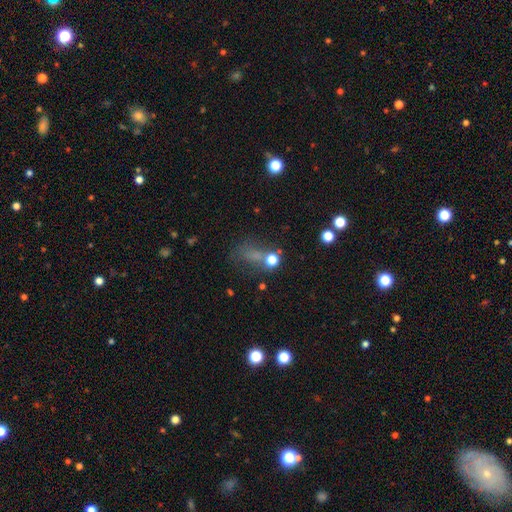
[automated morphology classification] Q: Smooth or featured?
A: smooth (51%); runner-up: star or artifact (34%)
Q: How rounded?
A: in between (55%); runner-up: round (40%)
Q: Merging?
A: none (46%); runner-up: major disturbance (24%)